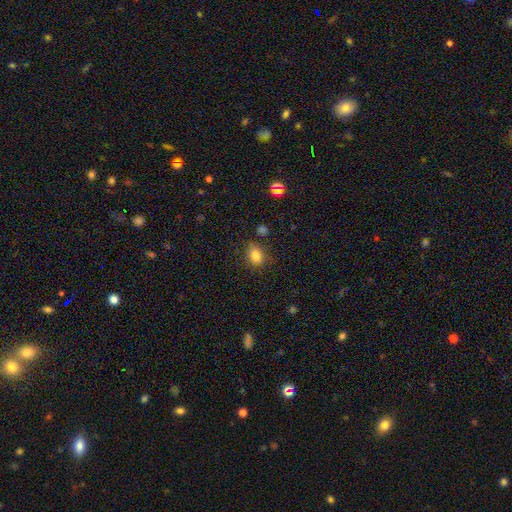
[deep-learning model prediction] A smooth galaxy with no disk features (82%) that is in between round and cigar-shaped (65%). Merging: none (77%).